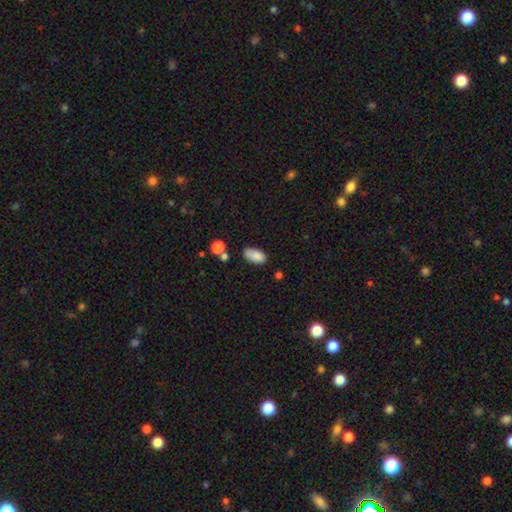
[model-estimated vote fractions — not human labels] smooth_or_featured: smooth (p=0.86) [alt: star or artifact p=0.08]
how_rounded: in between (p=0.94) [alt: round p=0.03]
merging: none (p=0.68) [alt: minor disturbance p=0.22]